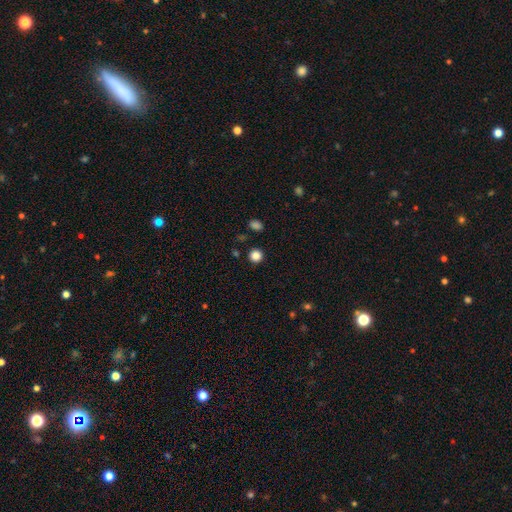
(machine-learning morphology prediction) smooth_or_featured: smooth (p=0.85) [alt: star or artifact p=0.12]
how_rounded: round (p=0.94) [alt: in between p=0.05]
merging: none (p=0.91) [alt: minor disturbance p=0.05]